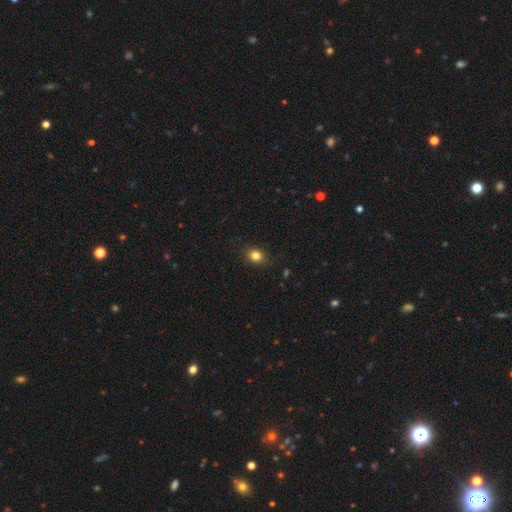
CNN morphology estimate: Overall: smooth (82%). How rounded: round (59%; in between 39%). Merging: none (86%).